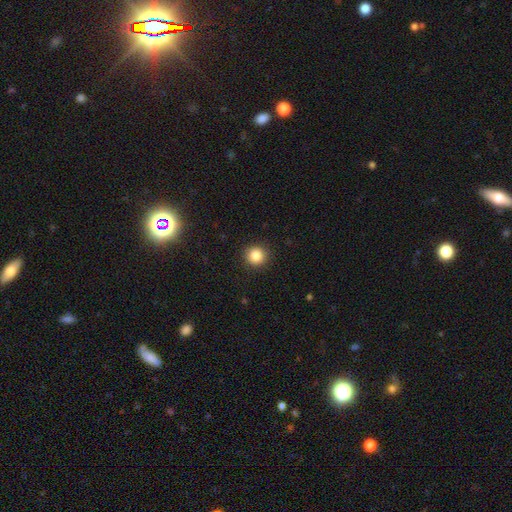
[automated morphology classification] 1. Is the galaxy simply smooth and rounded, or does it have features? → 85% smooth, 10% star or artifact, 4% featured or disk.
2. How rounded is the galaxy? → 93% round, 6% in between, 1% cigar-shaped.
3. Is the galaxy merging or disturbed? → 92% none, 5% minor disturbance, 2% major disturbance, 1% merger.